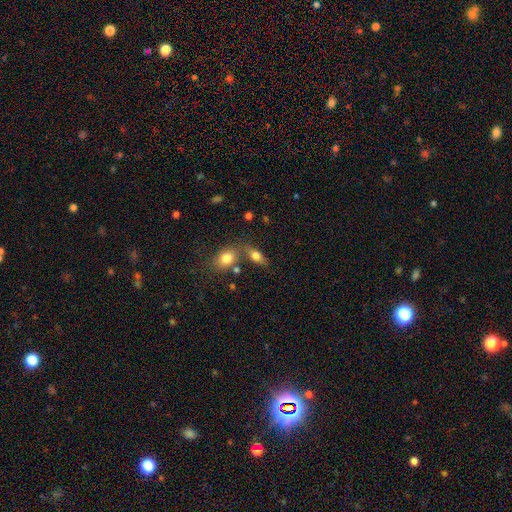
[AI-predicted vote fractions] smooth 70%, featured or disk 20%, star or artifact 10%. Down the decision tree: how rounded — in between (73%); merging — none (57%).